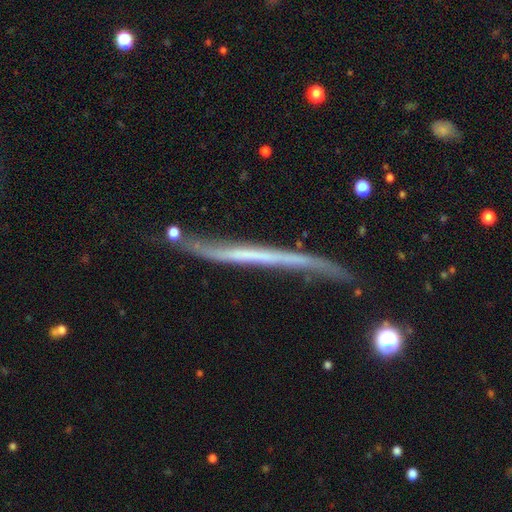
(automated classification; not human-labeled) Q: Smooth or featured?
A: featured or disk (67%); runner-up: smooth (26%)
Q: Edge-on disk?
A: yes (90%); runner-up: no (10%)
Q: Edge-on bulge?
A: none (89%); runner-up: rounded (6%)
Q: Merging?
A: none (60%); runner-up: minor disturbance (26%)